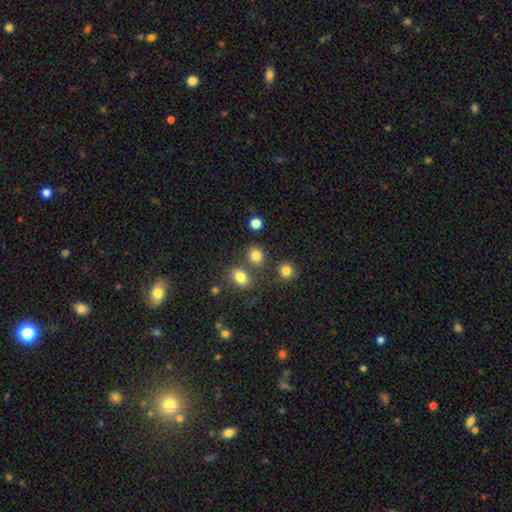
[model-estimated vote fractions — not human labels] The model was most divided on "how rounded": round: 68%, in between: 31%, cigar-shaped: 1%. More confident: smooth or featured — smooth (82%); merging — none (70%).